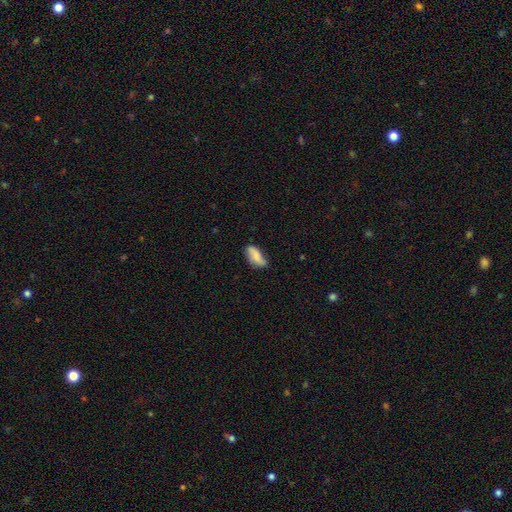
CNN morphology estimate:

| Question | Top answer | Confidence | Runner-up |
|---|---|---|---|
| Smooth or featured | smooth | 62% | featured or disk (30%) |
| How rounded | in between | 82% | cigar-shaped (15%) |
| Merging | none | 66% | minor disturbance (26%) |